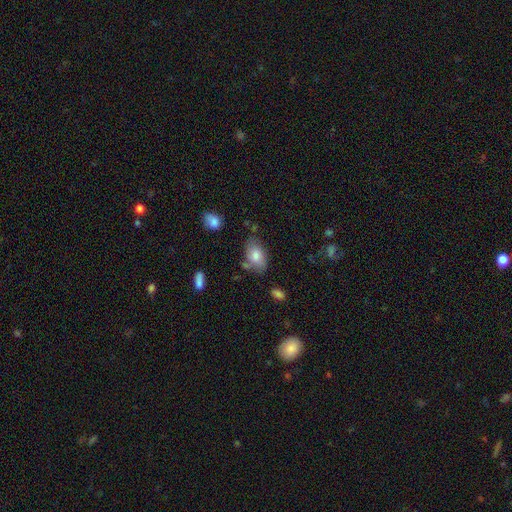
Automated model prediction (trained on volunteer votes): smooth_or_featured: smooth (p=0.74) [alt: featured or disk p=0.18]
how_rounded: in between (p=0.91) [alt: round p=0.07]
merging: none (p=0.65) [alt: minor disturbance p=0.22]